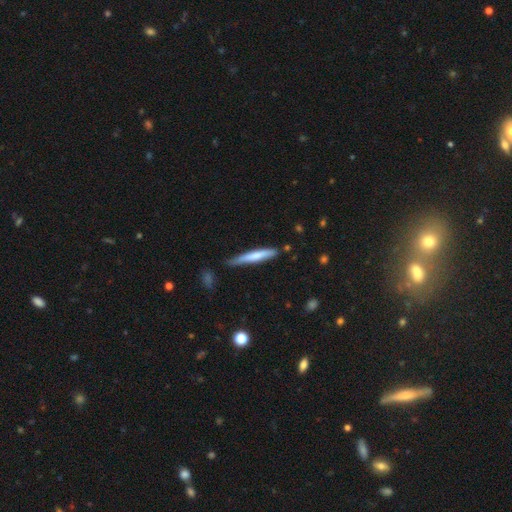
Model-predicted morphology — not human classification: smooth-or-featured: smooth: 64% | featured or disk: 30% | star or artifact: 5%
  how-rounded: cigar-shaped: 94% | in between: 5% | round: 1%
  merging: none: 70% | minor disturbance: 23% | major disturbance: 4% | merger: 3%